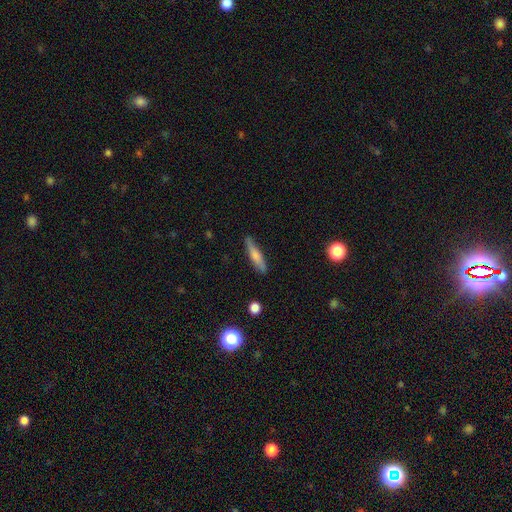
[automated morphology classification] smooth-or-featured: smooth: 67% | featured or disk: 27% | star or artifact: 6%
  how-rounded: cigar-shaped: 84% | in between: 14% | round: 2%
  merging: none: 85% | minor disturbance: 12% | major disturbance: 2% | merger: 2%